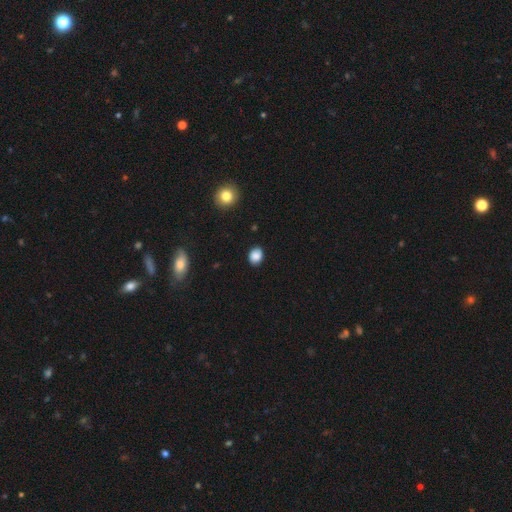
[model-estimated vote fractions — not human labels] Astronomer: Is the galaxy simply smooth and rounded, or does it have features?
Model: smooth — 85%.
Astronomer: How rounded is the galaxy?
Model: round — 50% (runner-up: in between, 49%).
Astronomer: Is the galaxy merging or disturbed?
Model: none — 84%.